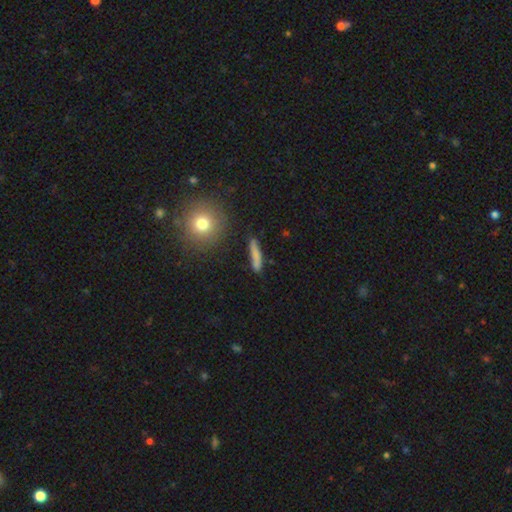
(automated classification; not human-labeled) smooth-or-featured: smooth: 73% | featured or disk: 18% | star or artifact: 9%
  how-rounded: cigar-shaped: 86% | in between: 10% | round: 3%
  merging: none: 79% | minor disturbance: 14% | merger: 4% | major disturbance: 3%